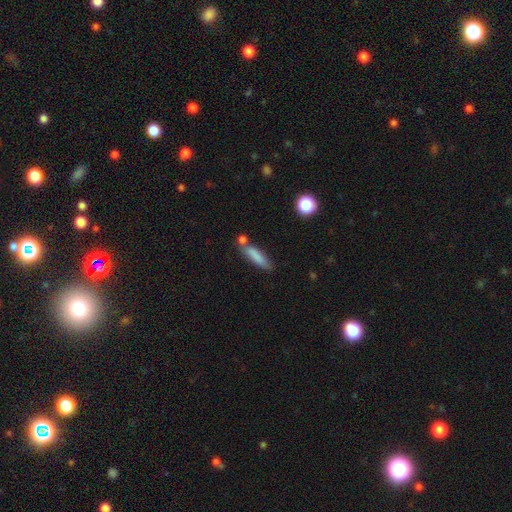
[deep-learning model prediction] smooth 81%, featured or disk 12%, star or artifact 7%. Down the decision tree: how rounded — cigar-shaped (73%); merging — none (62%).